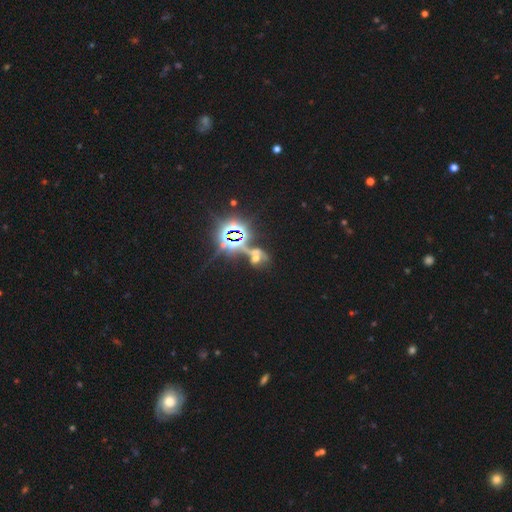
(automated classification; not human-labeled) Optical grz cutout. It shows a star or artifact, not a galaxy (54%).